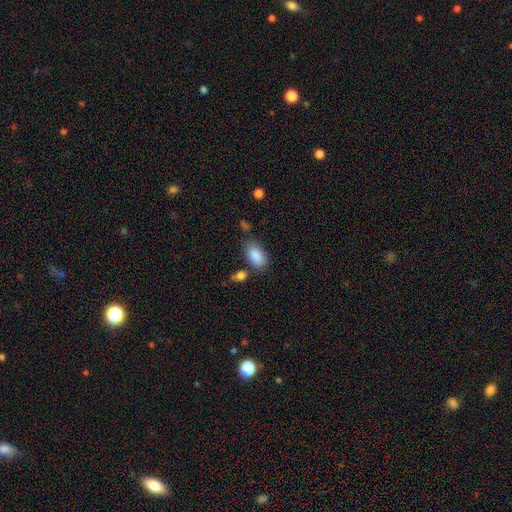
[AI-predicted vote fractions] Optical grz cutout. It shows a smooth galaxy with no disk features (88%) that is in between round and cigar-shaped (93%). Merging: none (71%).